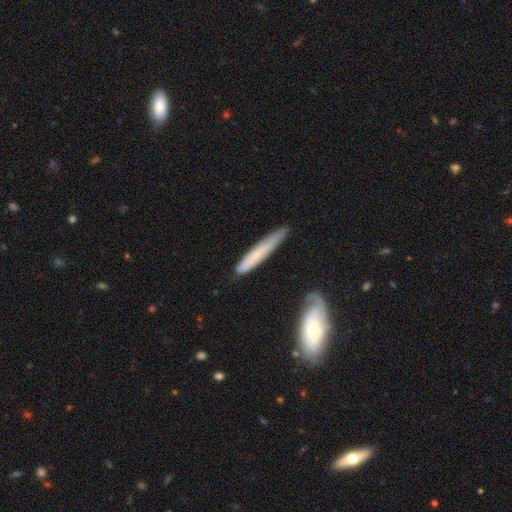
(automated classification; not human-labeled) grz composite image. It shows a smooth galaxy with no disk features (62%) that is cigar-shaped (92%). Merging: none (72%).